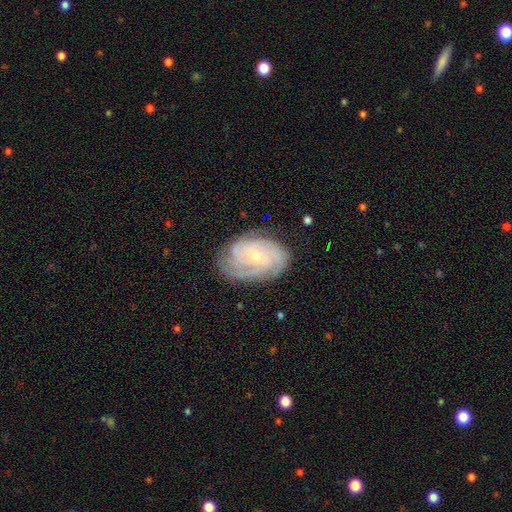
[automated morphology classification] Smooth or featured: featured or disk — 83% (smooth — 10%)
Edge-on disk: no — 97% (yes — 3%)
Bar: no — 59% (weak — 33%)
Spiral arms: yes — 96% (no — 4%)
Spiral winding: tight — 70% (medium — 25%)
Spiral arm count: can't tell — 28% (3 — 26%)
Bulge size: small — 67% (moderate — 29%)
Merging: none — 75% (minor disturbance — 18%)